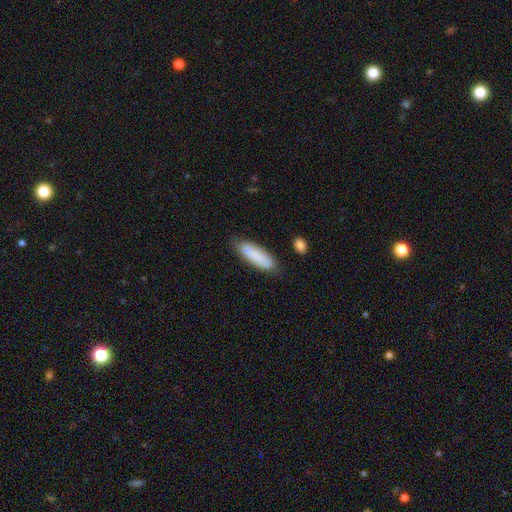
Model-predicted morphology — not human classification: smooth_or_featured: smooth (p=0.82) [alt: featured or disk p=0.11]
how_rounded: cigar-shaped (p=0.58) [alt: in between p=0.41]
merging: none (p=0.76) [alt: minor disturbance p=0.18]